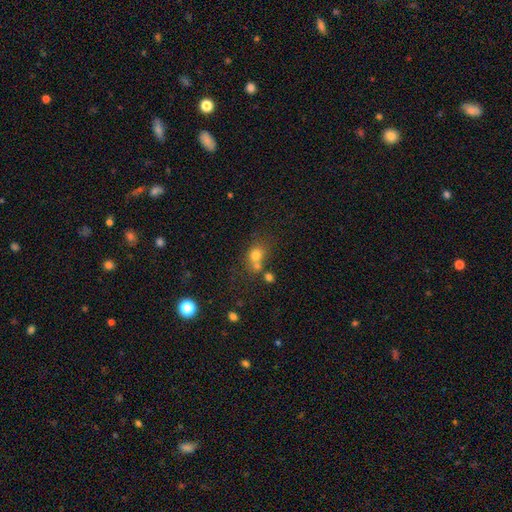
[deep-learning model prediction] Overall: smooth (73%). How rounded: round (67%; in between 31%). Merging: none (45%; merger 39%).